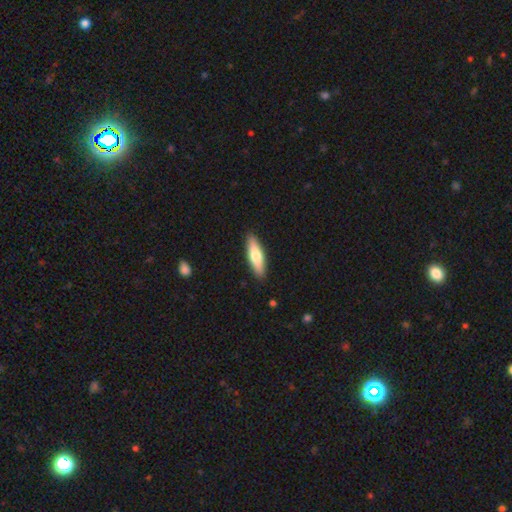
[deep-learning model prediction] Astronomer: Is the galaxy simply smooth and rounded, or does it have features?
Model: smooth — 66%.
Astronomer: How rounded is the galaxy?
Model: cigar-shaped — 63%.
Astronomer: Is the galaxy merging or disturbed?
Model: none — 90%.